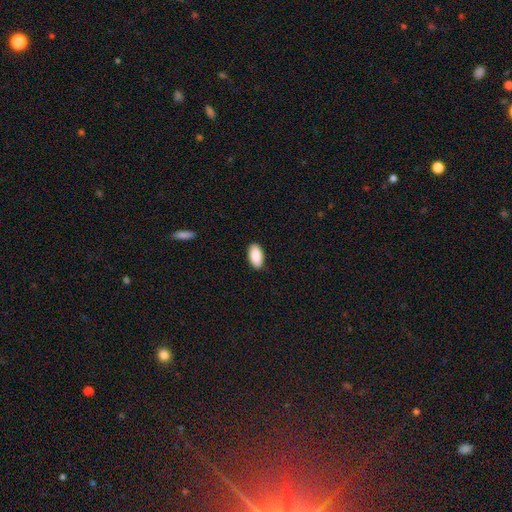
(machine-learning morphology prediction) Q: Smooth or featured?
A: smooth (90%); runner-up: star or artifact (6%)
Q: How rounded?
A: in between (95%); runner-up: cigar-shaped (3%)
Q: Merging?
A: none (88%); runner-up: minor disturbance (9%)